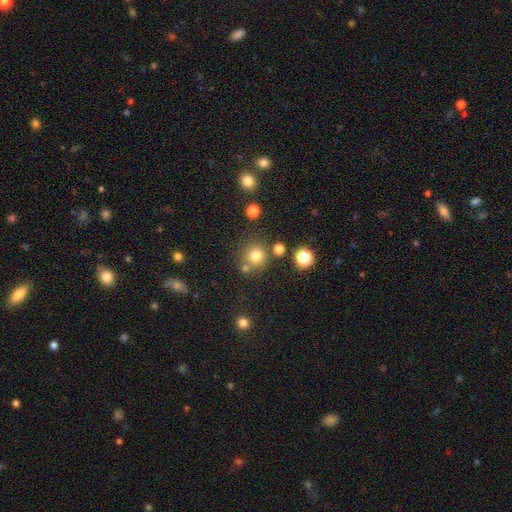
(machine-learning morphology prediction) smooth_or_featured: smooth (p=0.77) [alt: star or artifact p=0.16]
how_rounded: round (p=0.92) [alt: in between p=0.07]
merging: none (p=0.76) [alt: merger p=0.11]